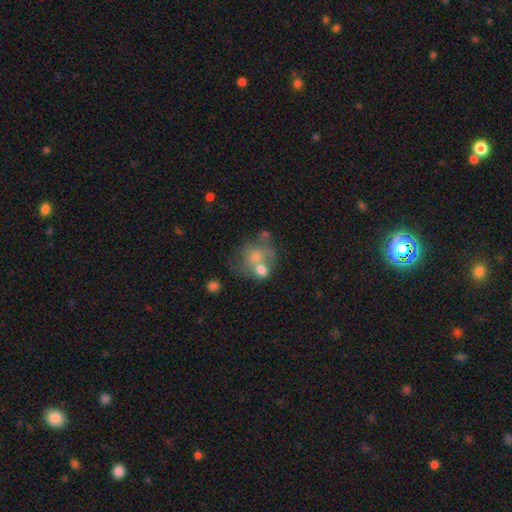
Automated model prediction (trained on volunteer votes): smooth-or-featured: smooth: 52% | featured or disk: 35% | star or artifact: 13%
  how-rounded: round: 65% | in between: 34% | cigar-shaped: 1%
  merging: merger: 44% | none: 31% | minor disturbance: 13% | major disturbance: 12%